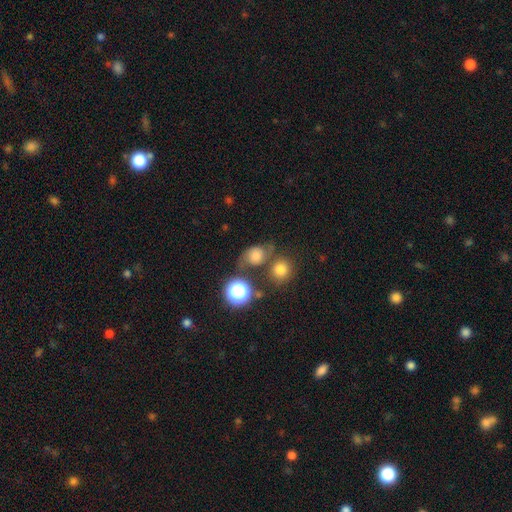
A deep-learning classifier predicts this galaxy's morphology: A smooth galaxy with no disk features (63%) that is round (60%).

Vote fractions:
- Smooth or featured? smooth: 63% / star or artifact: 20% / featured or disk: 17%
- How rounded? round: 60% / in between: 39% / cigar-shaped: 1%
- Merging? none: 53% / merger: 19% / minor disturbance: 18% / major disturbance: 10%